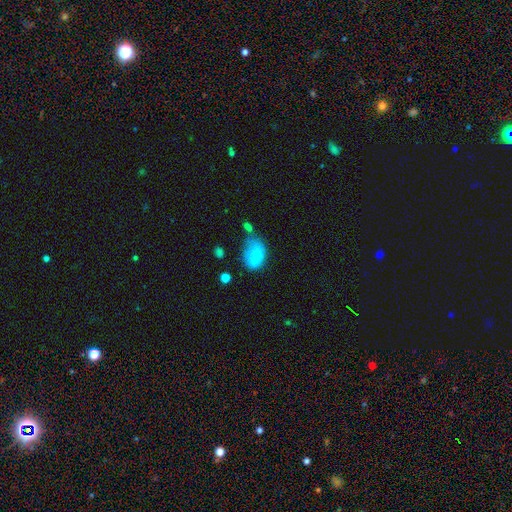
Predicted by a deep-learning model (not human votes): A smooth galaxy with no disk features (70%) that is in between round and cigar-shaped (80%).

Vote fractions:
- Smooth or featured? smooth: 70% / featured or disk: 21% / star or artifact: 9%
- How rounded? in between: 80% / round: 18% / cigar-shaped: 1%
- Merging? none: 37% / minor disturbance: 31% / major disturbance: 17% / merger: 15%